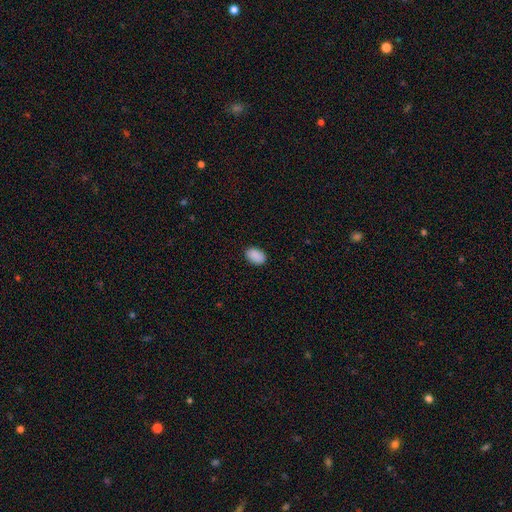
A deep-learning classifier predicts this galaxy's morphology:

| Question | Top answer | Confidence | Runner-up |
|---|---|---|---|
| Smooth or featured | smooth | 90% | star or artifact (7%) |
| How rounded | in between | 86% | round (12%) |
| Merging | none | 88% | minor disturbance (9%) |